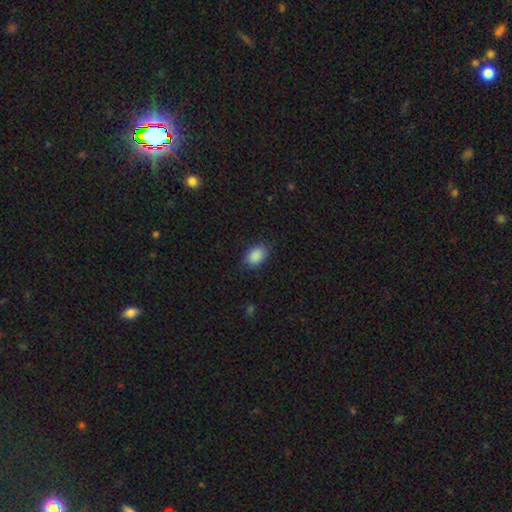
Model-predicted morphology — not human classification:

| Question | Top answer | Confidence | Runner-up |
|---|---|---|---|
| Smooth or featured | smooth | 89% | star or artifact (8%) |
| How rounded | in between | 79% | round (19%) |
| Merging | none | 81% | minor disturbance (15%) |